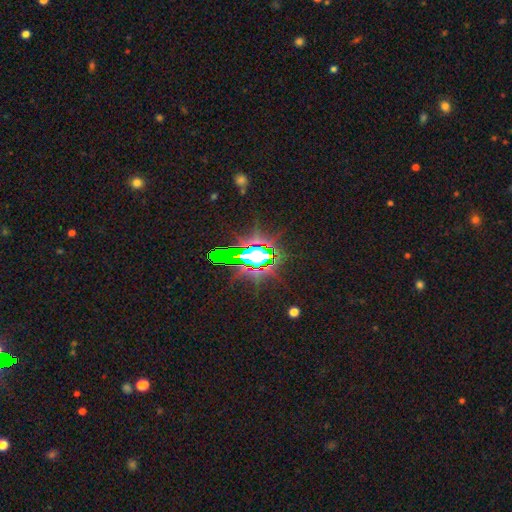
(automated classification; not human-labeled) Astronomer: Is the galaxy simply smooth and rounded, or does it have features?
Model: star or artifact — 76%.